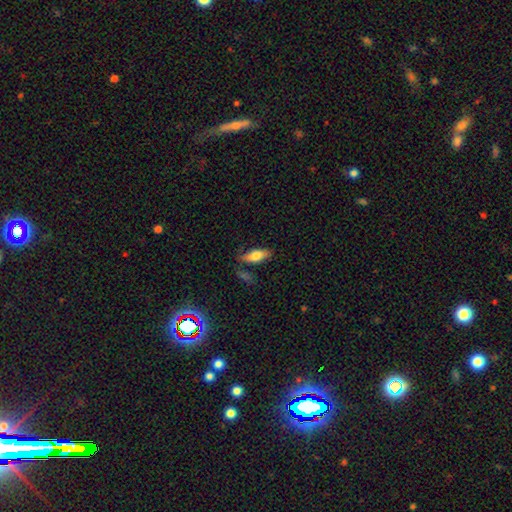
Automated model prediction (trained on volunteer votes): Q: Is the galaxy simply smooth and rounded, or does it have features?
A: smooth — 71%.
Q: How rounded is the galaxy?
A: in between — 71%.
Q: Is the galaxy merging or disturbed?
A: none — 73%.